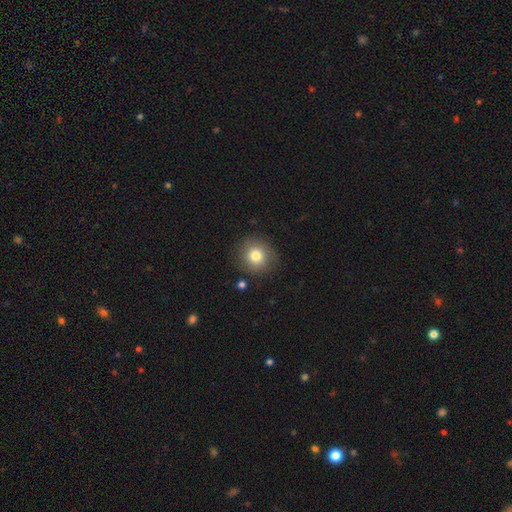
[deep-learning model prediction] Smooth or featured? smooth (79%)
How rounded? round (89%)
Merging? none (86%)